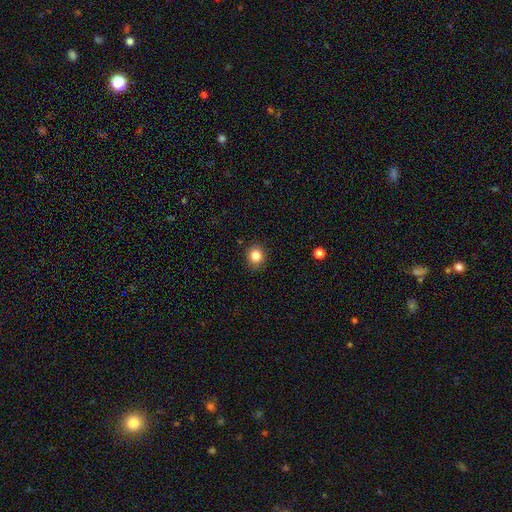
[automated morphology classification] Smooth or featured: smooth — 83% (star or artifact — 11%)
How rounded: round — 80% (in between — 19%)
Merging: none — 89% (minor disturbance — 8%)